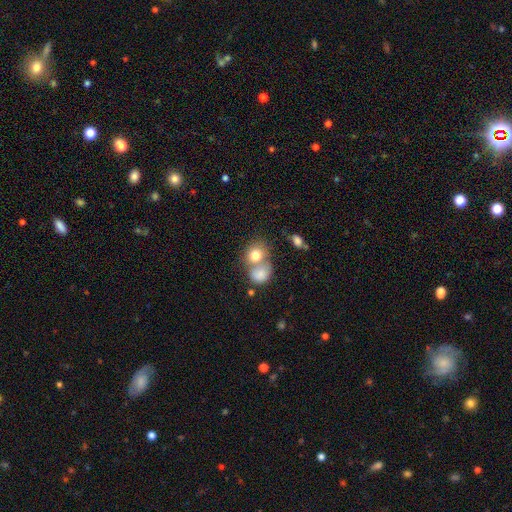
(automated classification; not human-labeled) Smooth or featured? smooth (78%)
How rounded? round (66%)
Merging? merger (54%)